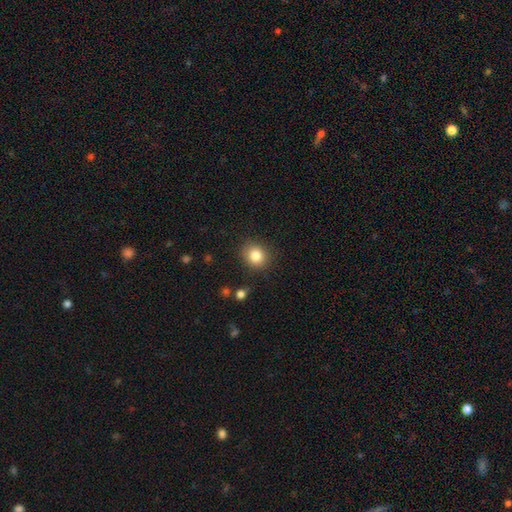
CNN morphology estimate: smooth-or-featured: smooth: 84% | star or artifact: 10% | featured or disk: 6%
  how-rounded: round: 78% | in between: 21% | cigar-shaped: 1%
  merging: none: 86% | minor disturbance: 9% | major disturbance: 3% | merger: 2%